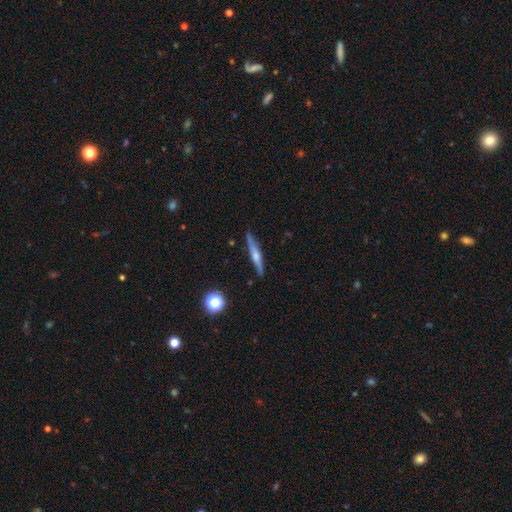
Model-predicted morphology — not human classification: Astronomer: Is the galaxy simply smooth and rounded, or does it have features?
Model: featured or disk — 62%.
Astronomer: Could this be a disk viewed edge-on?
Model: yes — 96%.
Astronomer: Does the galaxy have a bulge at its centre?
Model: rounded — 78%.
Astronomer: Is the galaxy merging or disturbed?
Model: none — 85%.